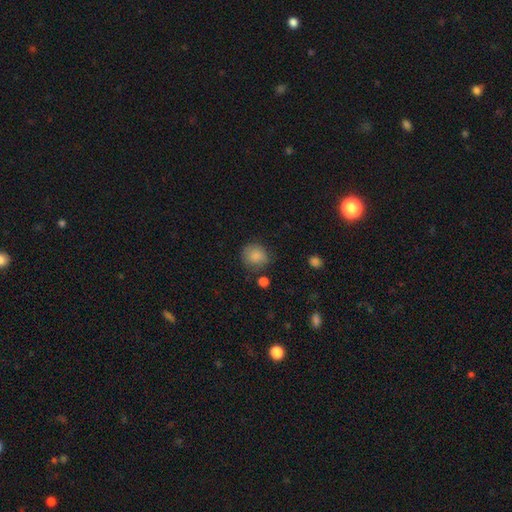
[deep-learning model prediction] Q: Smooth or featured?
A: smooth (86%); runner-up: star or artifact (8%)
Q: How rounded?
A: round (81%); runner-up: in between (18%)
Q: Merging?
A: none (73%); runner-up: minor disturbance (19%)